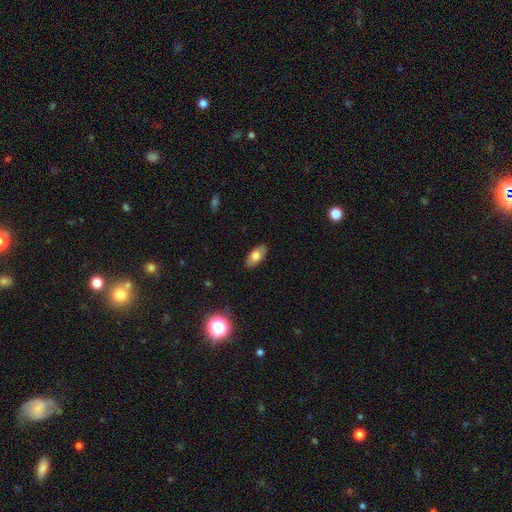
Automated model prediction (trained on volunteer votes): A smooth galaxy with no disk features (73%) that is in between round and cigar-shaped (89%).

Vote fractions:
- Smooth or featured? smooth: 73% / featured or disk: 19% / star or artifact: 8%
- How rounded? in between: 89% / cigar-shaped: 8% / round: 3%
- Merging? none: 88% / minor disturbance: 9% / major disturbance: 2% / merger: 1%